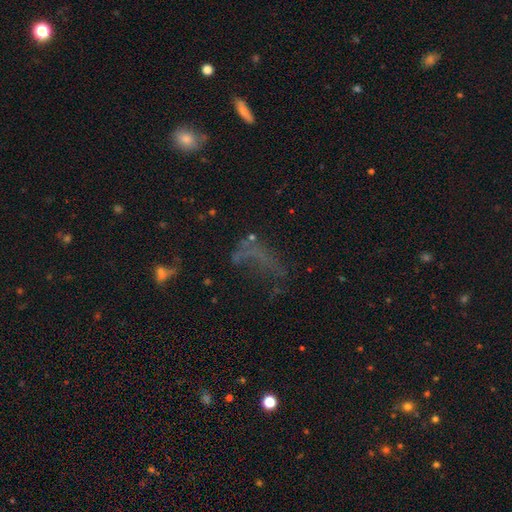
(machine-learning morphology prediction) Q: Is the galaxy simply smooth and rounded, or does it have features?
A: star or artifact — 35%, tied with smooth.